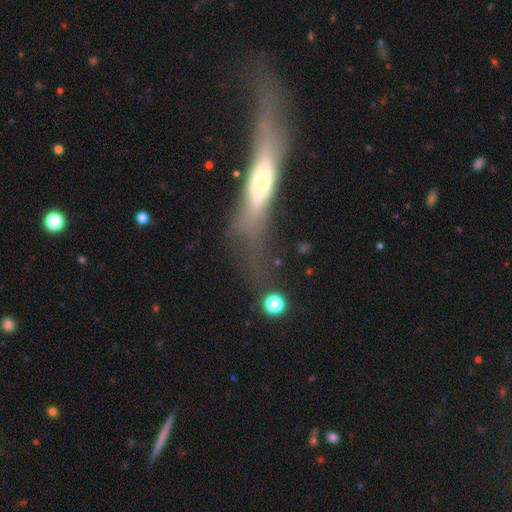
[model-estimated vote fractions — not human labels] Q: Smooth or featured?
A: featured or disk (61%); runner-up: smooth (28%)
Q: Edge-on disk?
A: yes (68%); runner-up: no (32%)
Q: Merging?
A: none (43%); runner-up: major disturbance (27%)